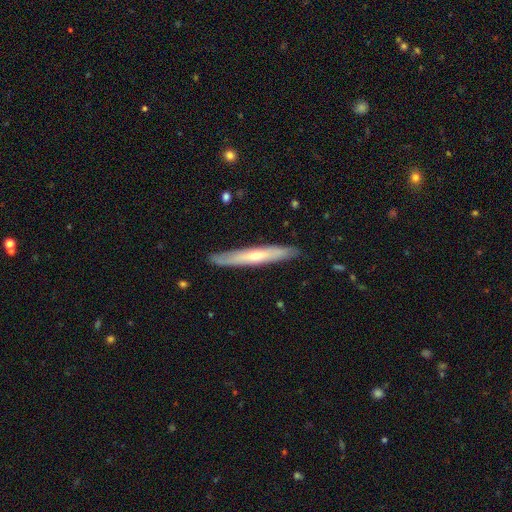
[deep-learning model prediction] Smooth or featured? featured or disk (51%)
Edge-on disk? yes (85%)
Merging? none (87%)